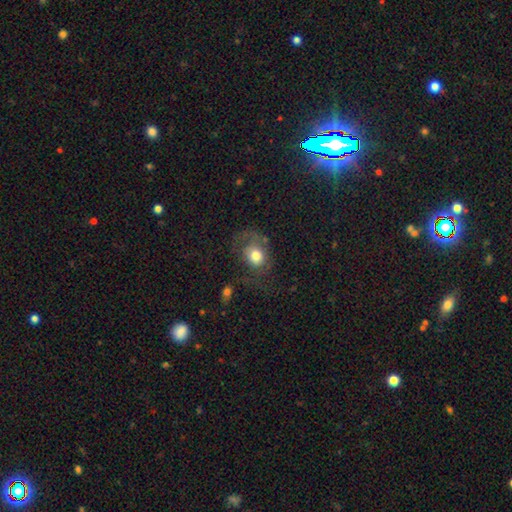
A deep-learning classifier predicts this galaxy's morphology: Smooth or featured? Predicted: smooth (p=0.62). How rounded? Predicted: round (p=0.59). Merging? Predicted: none (p=0.38).